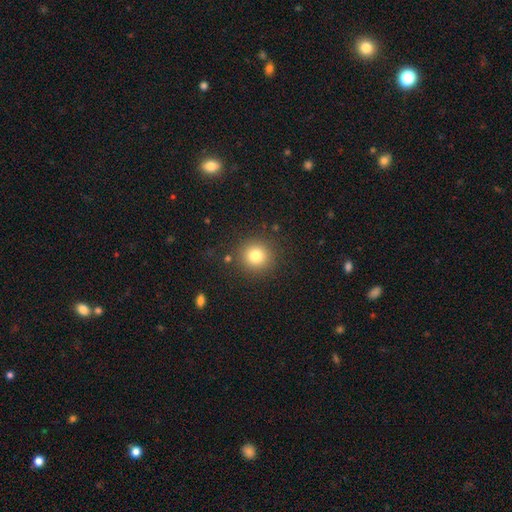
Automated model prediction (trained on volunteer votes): Smooth or featured? Predicted: smooth (p=0.79). How rounded? Predicted: round (p=0.92). Merging? Predicted: none (p=0.88).